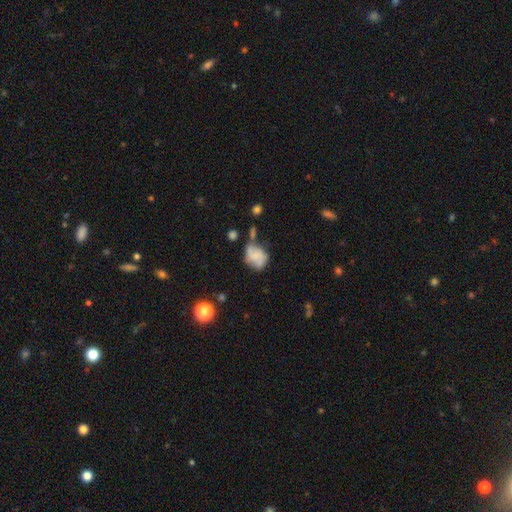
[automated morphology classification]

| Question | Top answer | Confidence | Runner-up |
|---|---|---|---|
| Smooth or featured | smooth | 62% | featured or disk (28%) |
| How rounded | in between | 56% | round (43%) |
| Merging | none | 34% | minor disturbance (30%) |